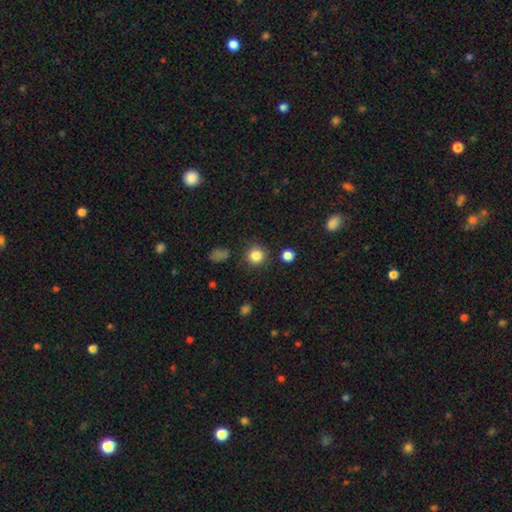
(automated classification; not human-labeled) Morphology: type=smooth (84%); roundness=round (94%); merging=none (88%).